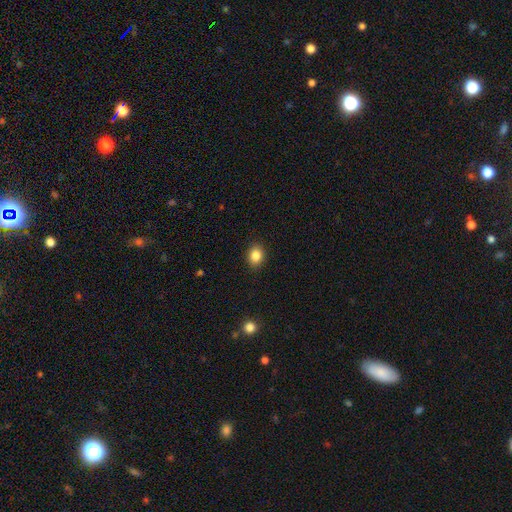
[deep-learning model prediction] This appears to be a smooth galaxy with no disk features (85%) that is round (50%). Merging: none (90%).